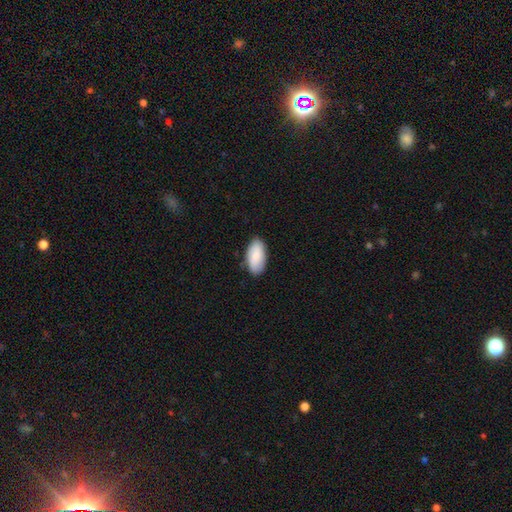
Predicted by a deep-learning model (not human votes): Smooth or featured: smooth — 85% (featured or disk — 9%)
How rounded: in between — 94% (cigar-shaped — 4%)
Merging: none — 84% (minor disturbance — 12%)